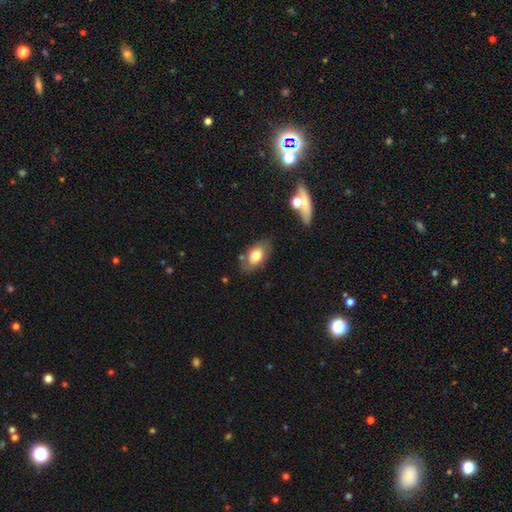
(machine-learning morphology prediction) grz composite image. It shows a smooth galaxy with no disk features (74%) that is in between round and cigar-shaped (90%). Merging: none (72%).